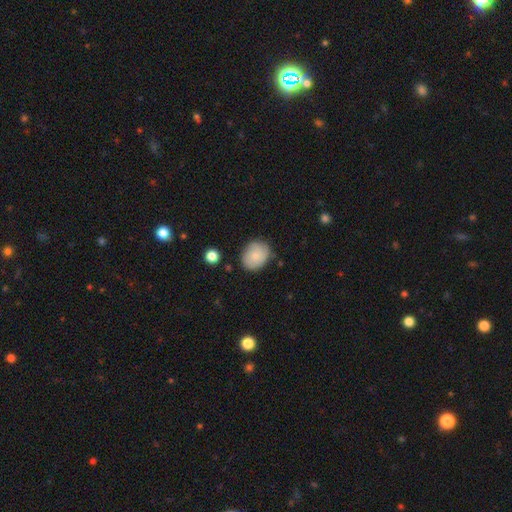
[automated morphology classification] Smooth or featured? Predicted: smooth (p=0.75). How rounded? Predicted: round (p=0.52). Merging? Predicted: none (p=0.77).